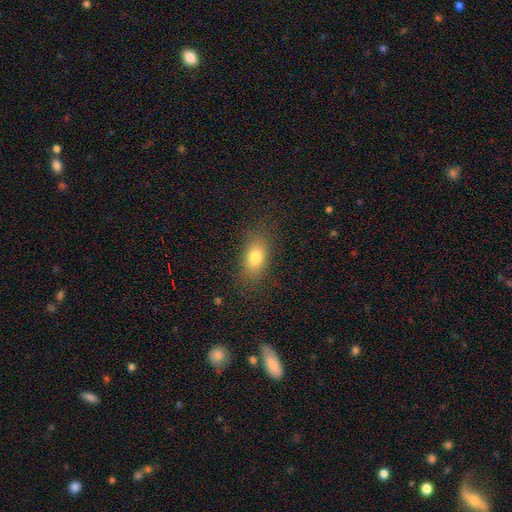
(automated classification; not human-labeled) smooth-or-featured: smooth: 78% | featured or disk: 11% | star or artifact: 11%
  how-rounded: in between: 84% | round: 13% | cigar-shaped: 4%
  merging: none: 82% | minor disturbance: 12% | major disturbance: 5% | merger: 1%